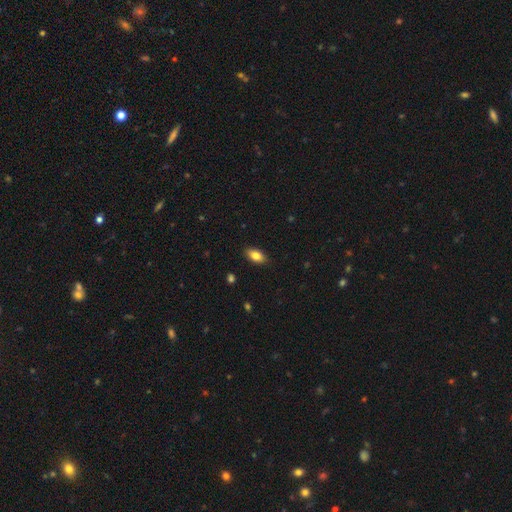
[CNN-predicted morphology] A smooth galaxy with no disk features (82%) that is in between round and cigar-shaped (90%).

Vote fractions:
- Smooth or featured? smooth: 82% / featured or disk: 10% / star or artifact: 8%
- How rounded? in between: 90% / cigar-shaped: 5% / round: 5%
- Merging? none: 88% / minor disturbance: 9% / major disturbance: 2% / merger: 1%